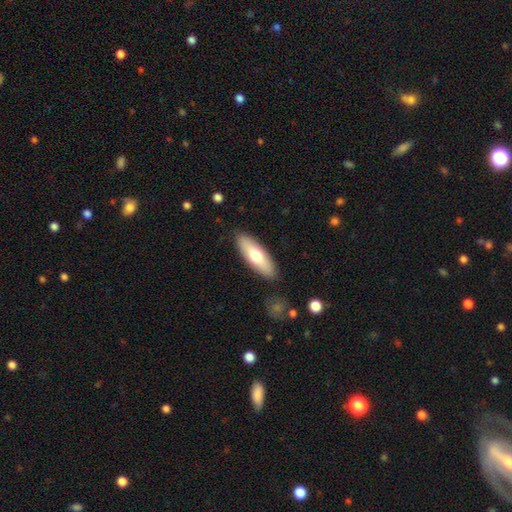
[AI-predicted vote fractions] Smooth or featured?
  - smooth: 67% *
  - featured or disk: 27%
  - star or artifact: 6%
How rounded?
  - in between: 61% *
  - cigar-shaped: 37%
  - round: 2%
Merging?
  - none: 87% *
  - minor disturbance: 9%
  - major disturbance: 2%
  - merger: 2%